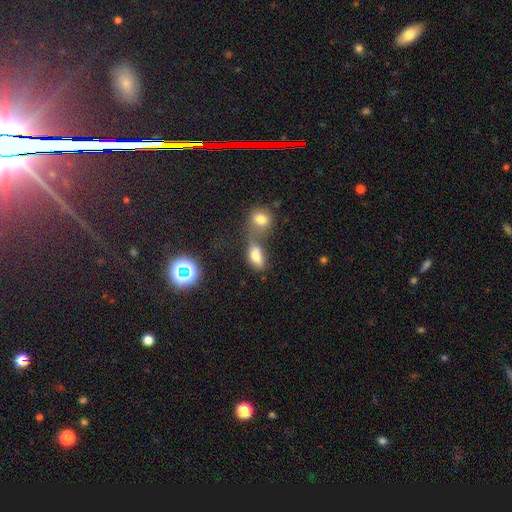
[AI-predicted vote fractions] smooth-or-featured: smooth: 74% | star or artifact: 15% | featured or disk: 11%
  how-rounded: in between: 84% | round: 11% | cigar-shaped: 5%
  merging: merger: 52% | none: 29% | minor disturbance: 12% | major disturbance: 8%